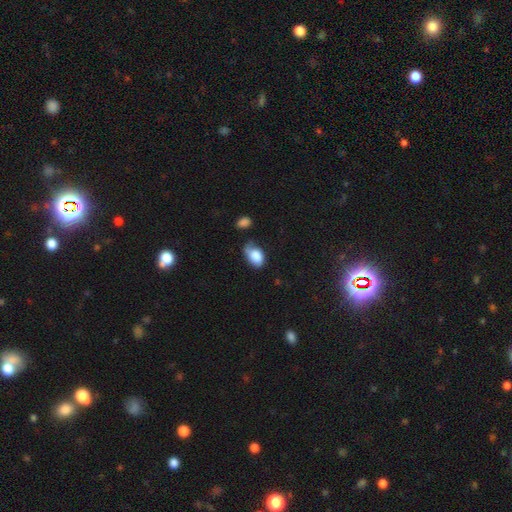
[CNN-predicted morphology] Overall: smooth (80%). How rounded: in between (87%). Merging: minor disturbance (39%; none 37%).